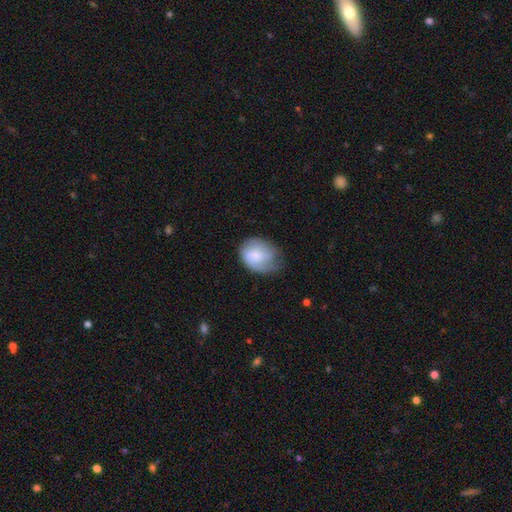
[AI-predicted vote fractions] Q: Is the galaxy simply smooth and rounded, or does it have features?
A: smooth — 57%.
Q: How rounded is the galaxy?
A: in between — 56%.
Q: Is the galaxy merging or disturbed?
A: none — 47%.